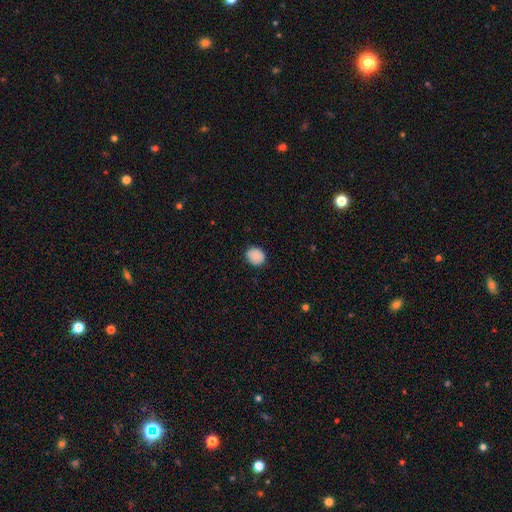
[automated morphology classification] A smooth galaxy with no disk features (88%) that is round (68%). Merging: none (85%).